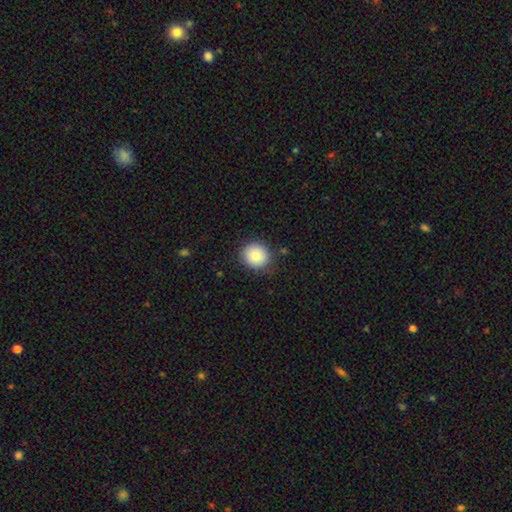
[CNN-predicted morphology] type=smooth (82%); roundness=round (88%); merging=none (85%).